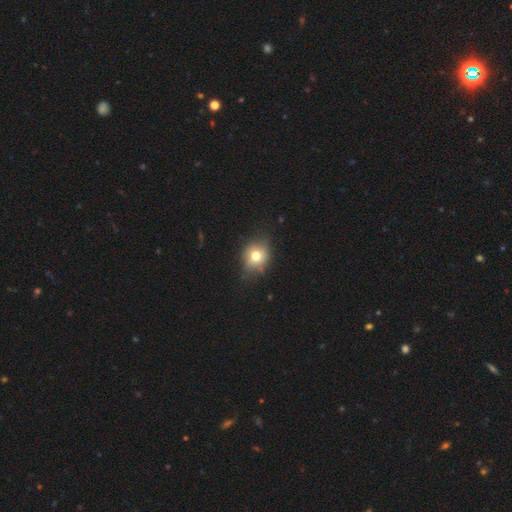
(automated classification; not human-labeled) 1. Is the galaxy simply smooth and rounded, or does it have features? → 69% smooth, 19% featured or disk, 13% star or artifact.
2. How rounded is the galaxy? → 60% round, 38% in between, 1% cigar-shaped.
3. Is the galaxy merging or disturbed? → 70% none, 22% minor disturbance, 6% major disturbance, 2% merger.